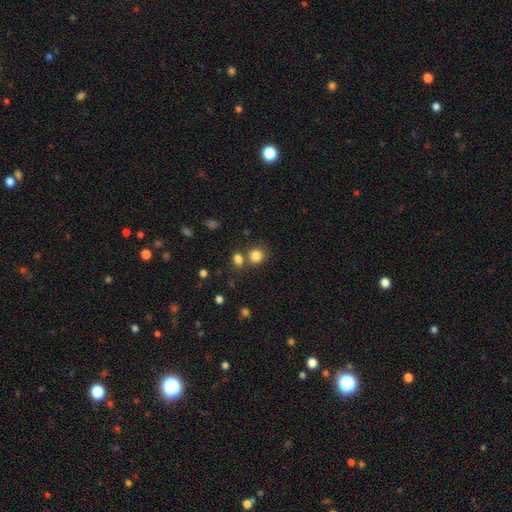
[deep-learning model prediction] Smooth or featured: smooth — 83% (star or artifact — 12%)
How rounded: round — 82% (in between — 17%)
Merging: none — 65% (merger — 22%)